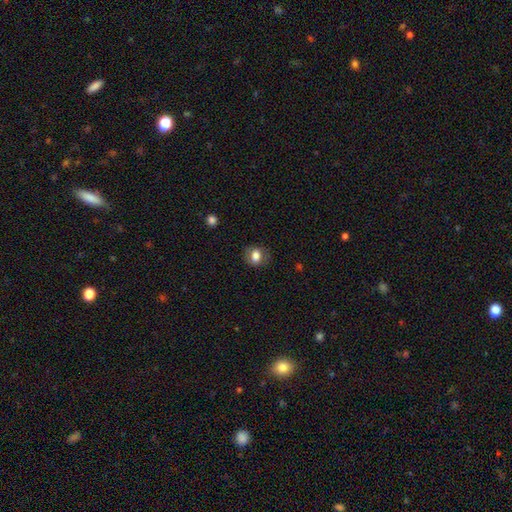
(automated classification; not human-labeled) Morphology: type=smooth (76%); roundness=round (52%); merging=none (82%).